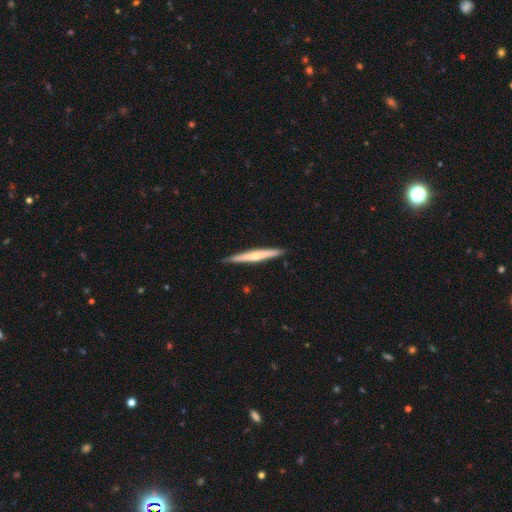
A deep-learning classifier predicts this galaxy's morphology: Q: Smooth or featured?
A: featured or disk (55%); runner-up: smooth (40%)
Q: Edge-on disk?
A: yes (97%); runner-up: no (3%)
Q: Edge-on bulge?
A: rounded (59%); runner-up: none (36%)
Q: Merging?
A: none (90%); runner-up: minor disturbance (8%)